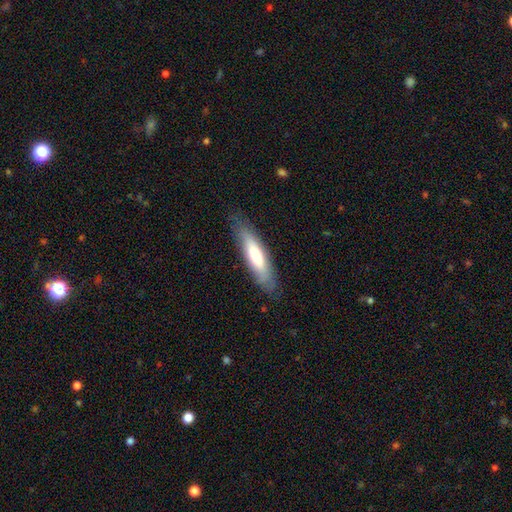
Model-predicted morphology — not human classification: A smooth galaxy with no disk features (70%) that is cigar-shaped (66%).

Vote fractions:
- Smooth or featured? smooth: 70% / featured or disk: 25% / star or artifact: 6%
- How rounded? cigar-shaped: 66% / in between: 32% / round: 1%
- Merging? none: 80% / minor disturbance: 15% / major disturbance: 4% / merger: 1%